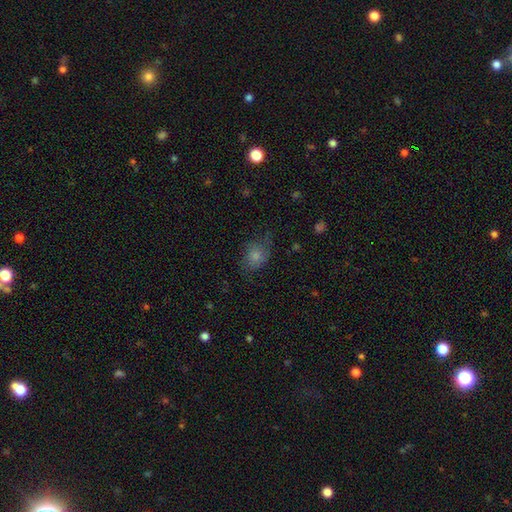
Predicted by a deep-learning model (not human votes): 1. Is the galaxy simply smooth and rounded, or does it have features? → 77% smooth, 12% star or artifact, 11% featured or disk.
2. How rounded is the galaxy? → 50% in between, 49% round, 1% cigar-shaped.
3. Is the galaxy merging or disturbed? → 58% none, 26% minor disturbance, 13% major disturbance, 2% merger.